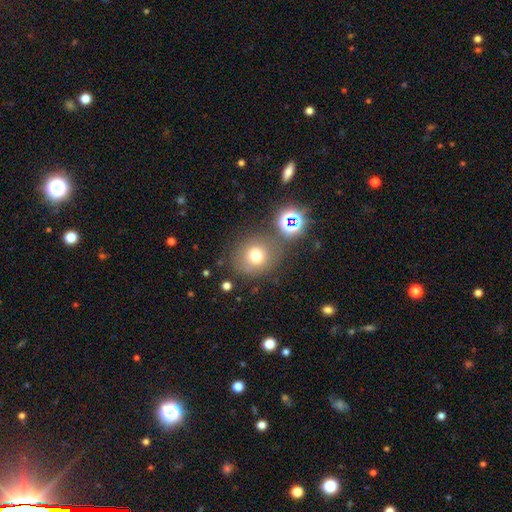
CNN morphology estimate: Q: Smooth or featured?
A: smooth (70%); runner-up: star or artifact (18%)
Q: How rounded?
A: round (84%); runner-up: in between (15%)
Q: Merging?
A: none (72%); runner-up: minor disturbance (13%)